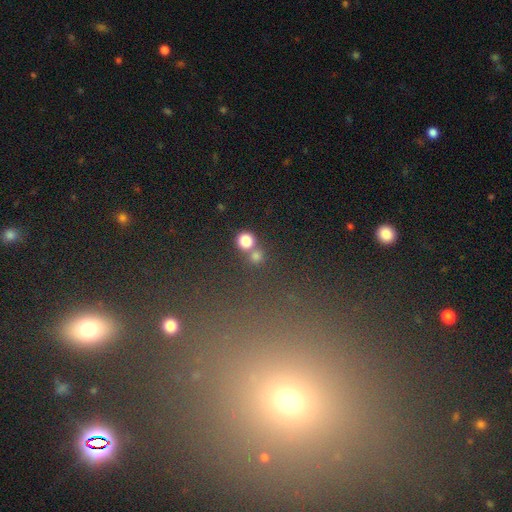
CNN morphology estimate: Smooth or featured?
  - star or artifact: 49% *
  - smooth: 39%
  - featured or disk: 12%